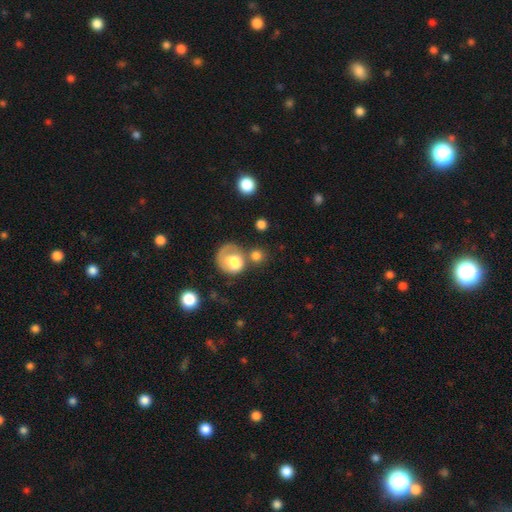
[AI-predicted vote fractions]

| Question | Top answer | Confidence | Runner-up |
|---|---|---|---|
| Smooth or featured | smooth | 66% | featured or disk (23%) |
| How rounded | round | 76% | in between (23%) |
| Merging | none | 44% | merger (24%) |